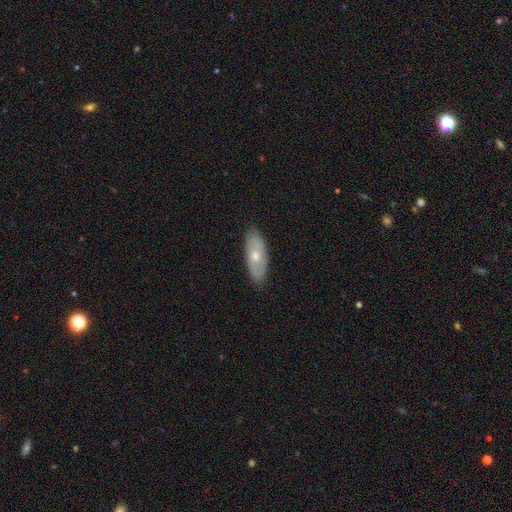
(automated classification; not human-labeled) Smooth or featured: smooth — 55% (featured or disk — 39%)
How rounded: in between — 77% (cigar-shaped — 20%)
Merging: none — 85% (minor disturbance — 11%)